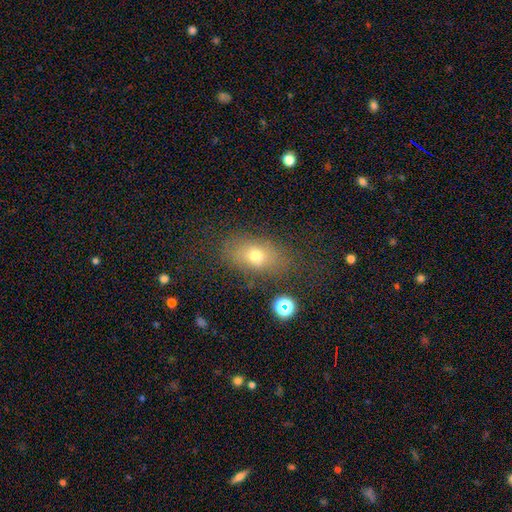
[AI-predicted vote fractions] Overall: smooth (69%). How rounded: in between (80%). Merging: none (72%).